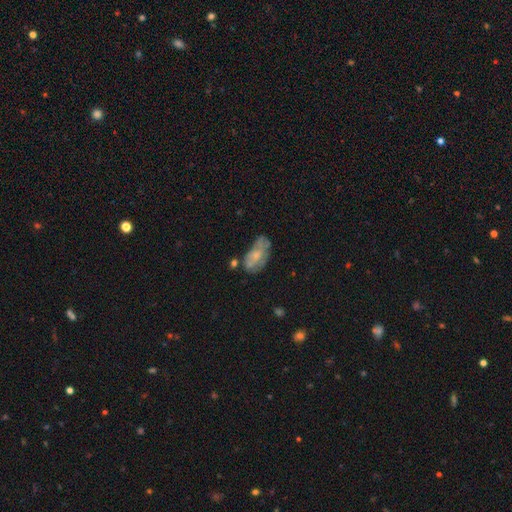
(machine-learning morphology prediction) type=smooth (47%); merging=none (43%).